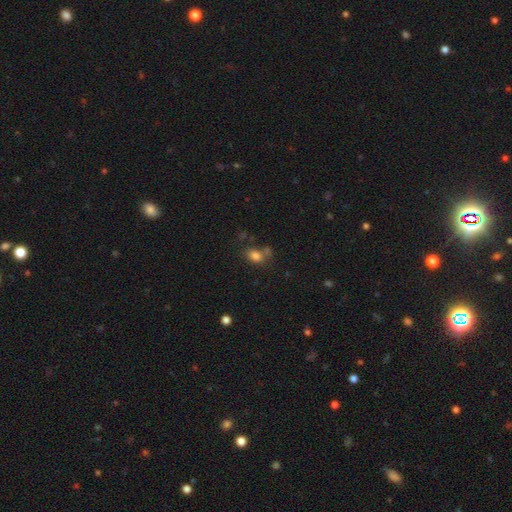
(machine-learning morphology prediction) smooth_or_featured: smooth (p=0.80) [alt: star or artifact p=0.12]
how_rounded: in between (p=0.73) [alt: round p=0.26]
merging: none (p=0.54) [alt: merger p=0.21]